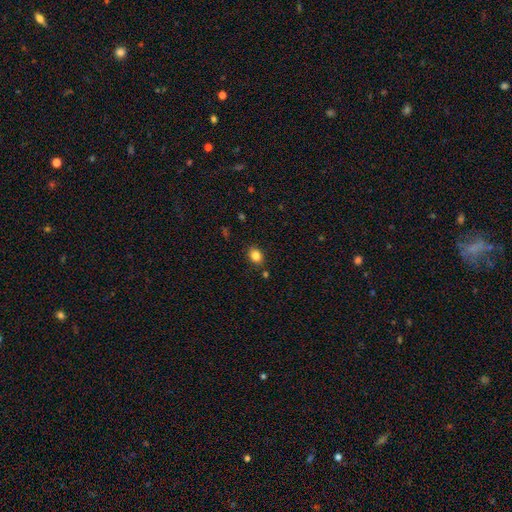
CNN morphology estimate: The model was most divided on "how rounded": in between: 50%, round: 49%, cigar-shaped: 1%. More confident: merging — none (86%); smooth or featured — smooth (83%).